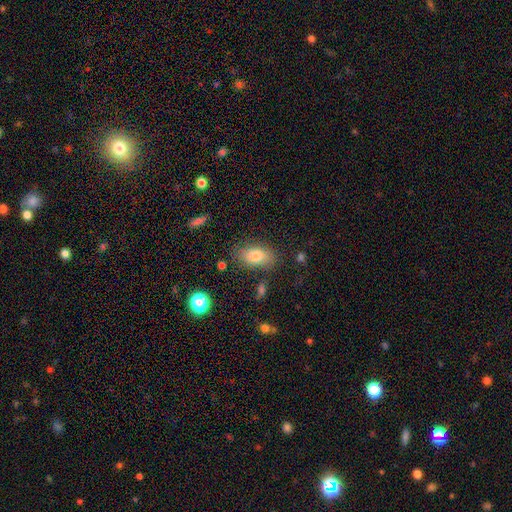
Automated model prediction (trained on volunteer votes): A smooth galaxy with no disk features (79%) that is in between round and cigar-shaped (88%).

Vote fractions:
- Smooth or featured? smooth: 79% / featured or disk: 12% / star or artifact: 9%
- How rounded? in between: 88% / round: 9% / cigar-shaped: 3%
- Merging? none: 79% / minor disturbance: 14% / major disturbance: 4% / merger: 3%